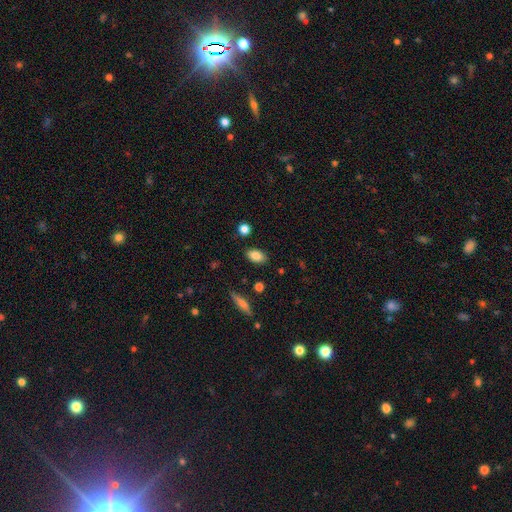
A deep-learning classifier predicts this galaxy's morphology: smooth_or_featured: smooth (p=0.85) [alt: star or artifact p=0.08]
how_rounded: in between (p=0.89) [alt: round p=0.08]
merging: none (p=0.85) [alt: minor disturbance p=0.10]